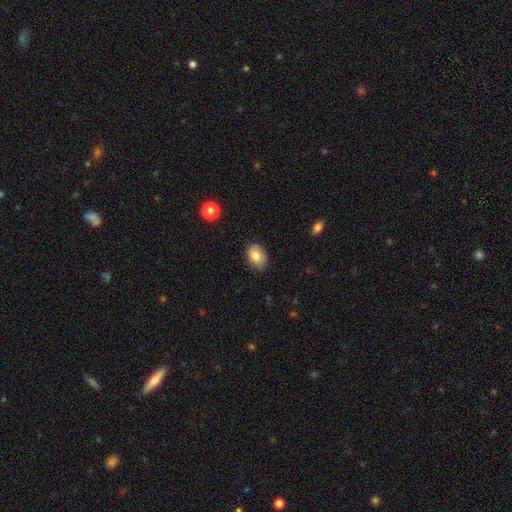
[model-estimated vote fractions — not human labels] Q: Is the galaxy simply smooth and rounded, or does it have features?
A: smooth — 83%.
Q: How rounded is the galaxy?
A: in between — 79%.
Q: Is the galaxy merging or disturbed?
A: none — 81%.